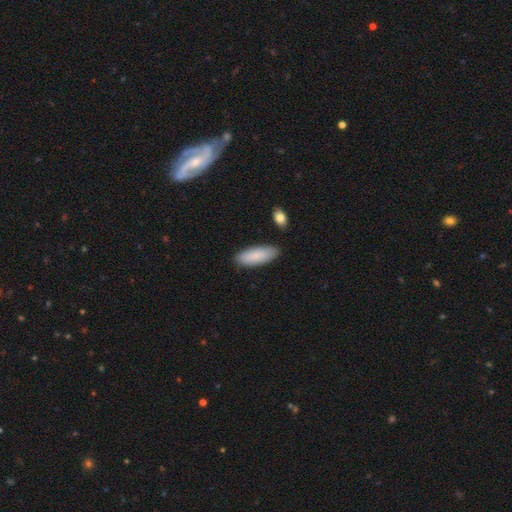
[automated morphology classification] type=smooth (87%); roundness=in between (69%); merging=none (85%).